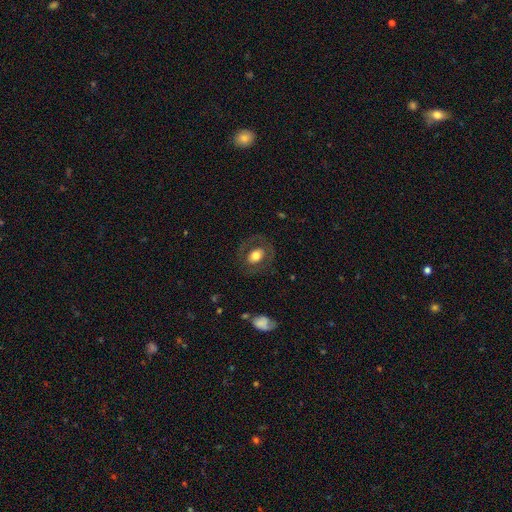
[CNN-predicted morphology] Q: Smooth or featured?
A: smooth (58%); runner-up: featured or disk (35%)
Q: How rounded?
A: in between (61%); runner-up: round (38%)
Q: Merging?
A: none (75%); runner-up: minor disturbance (13%)